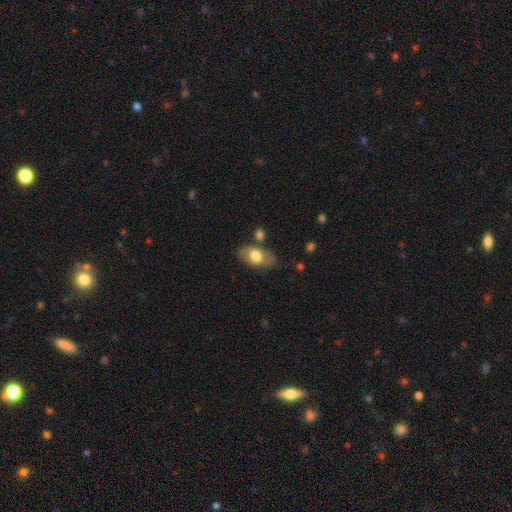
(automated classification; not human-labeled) This appears to be a smooth galaxy with no disk features (68%) that is in between round and cigar-shaped (92%). Merging: none (72%).